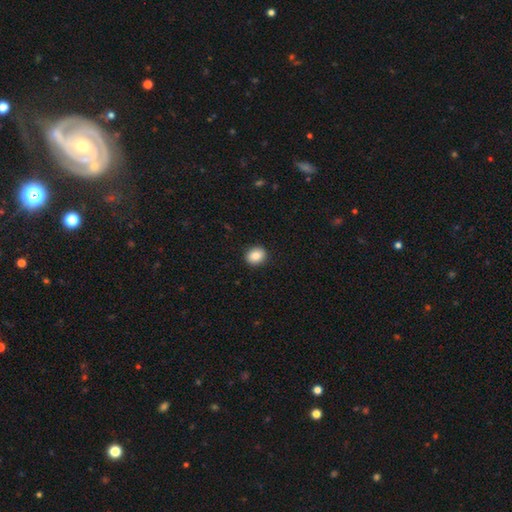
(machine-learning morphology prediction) Smooth or featured? smooth (86%)
How rounded? round (57%)
Merging? none (91%)